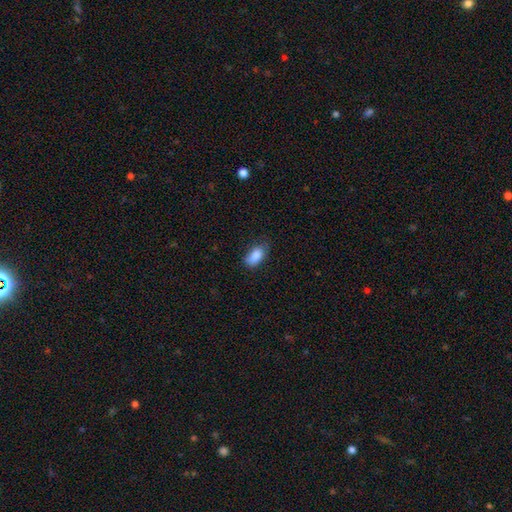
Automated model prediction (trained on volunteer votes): Smooth or featured: smooth — 85% (featured or disk — 7%)
How rounded: in between — 91% (round — 5%)
Merging: none — 67% (minor disturbance — 26%)